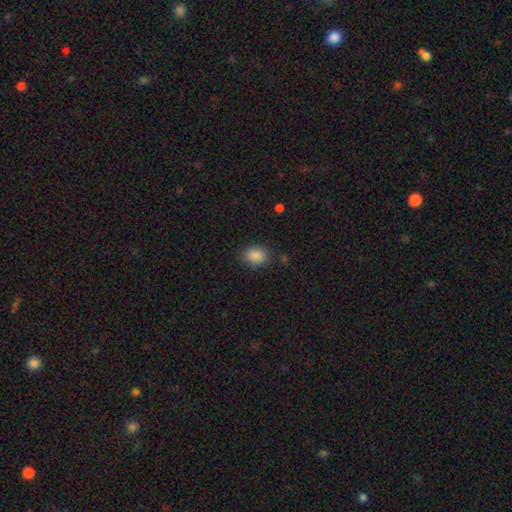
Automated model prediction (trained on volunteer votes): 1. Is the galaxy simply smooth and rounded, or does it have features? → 88% smooth, 9% star or artifact, 3% featured or disk.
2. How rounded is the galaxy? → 64% in between, 35% round, 1% cigar-shaped.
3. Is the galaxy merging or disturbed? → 83% none, 12% minor disturbance, 4% major disturbance, 2% merger.